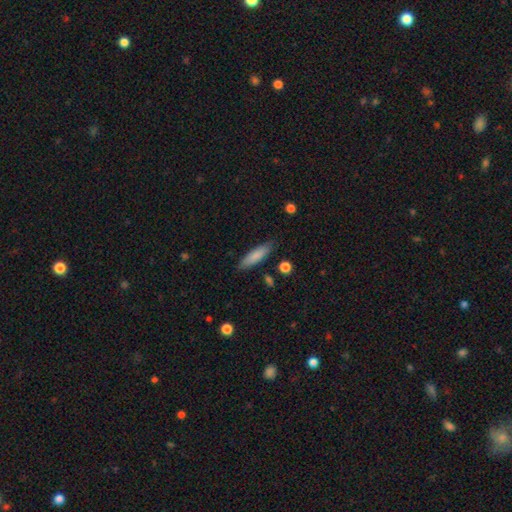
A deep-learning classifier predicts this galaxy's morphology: Smooth or featured? smooth (82%)
How rounded? cigar-shaped (66%)
Merging? none (84%)